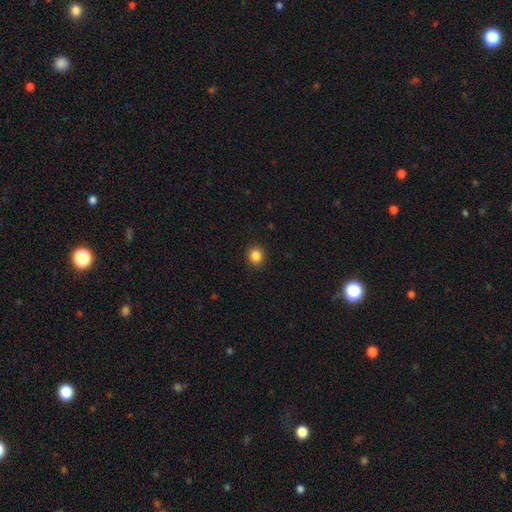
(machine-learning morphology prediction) Overall: smooth (85%). How rounded: round (86%). Merging: none (92%).